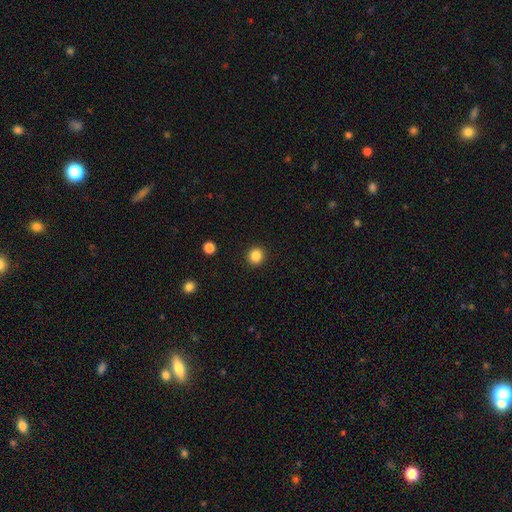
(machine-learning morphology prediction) Smooth or featured?
  - smooth: 85% *
  - star or artifact: 11%
  - featured or disk: 4%
How rounded?
  - round: 90% *
  - in between: 9%
  - cigar-shaped: 1%
Merging?
  - none: 92% *
  - minor disturbance: 5%
  - major disturbance: 2%
  - merger: 1%